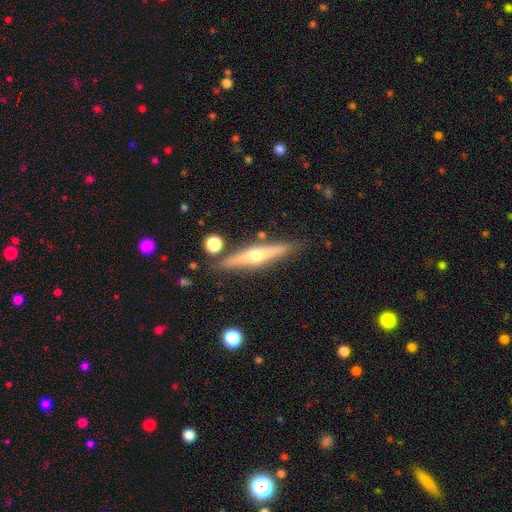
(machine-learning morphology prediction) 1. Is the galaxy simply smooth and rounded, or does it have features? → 70% featured or disk, 23% smooth, 6% star or artifact.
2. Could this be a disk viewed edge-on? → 97% yes, 3% no.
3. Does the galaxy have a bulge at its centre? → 92% rounded, 5% none, 3% boxy.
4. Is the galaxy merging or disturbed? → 86% none, 8% minor disturbance, 3% merger, 2% major disturbance.